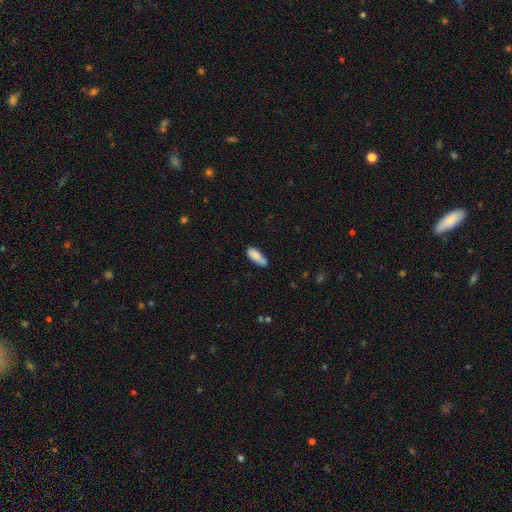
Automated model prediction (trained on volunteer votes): smooth-or-featured: smooth: 82% | featured or disk: 11% | star or artifact: 7%
  how-rounded: in between: 68% | cigar-shaped: 30% | round: 2%
  merging: none: 56% | minor disturbance: 28% | merger: 11% | major disturbance: 6%